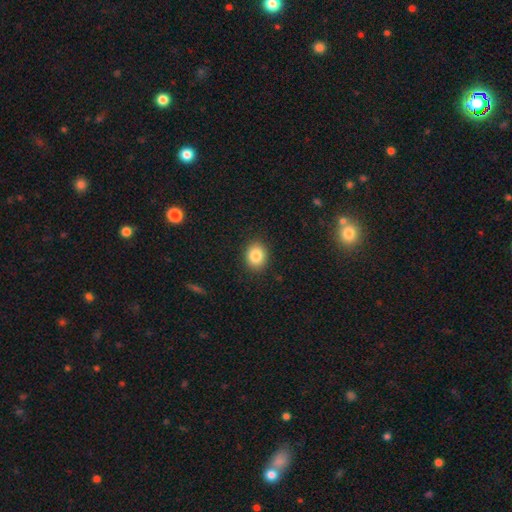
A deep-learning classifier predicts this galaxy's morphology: Smooth or featured: smooth — 84% (star or artifact — 9%)
How rounded: round — 60% (in between — 39%)
Merging: none — 89% (minor disturbance — 8%)